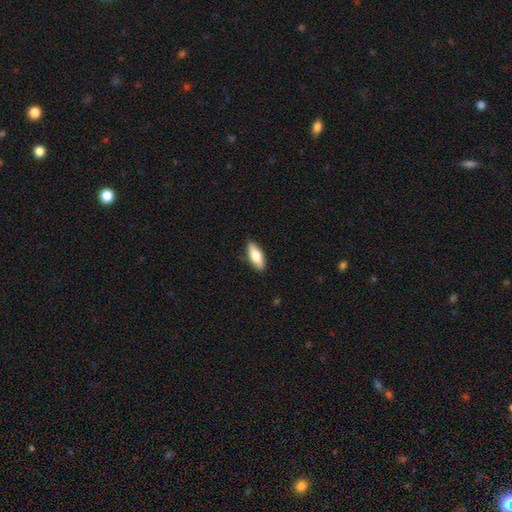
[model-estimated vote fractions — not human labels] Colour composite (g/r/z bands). It shows a smooth galaxy with no disk features (72%) that is in between round and cigar-shaped (73%). Merging: none (86%).